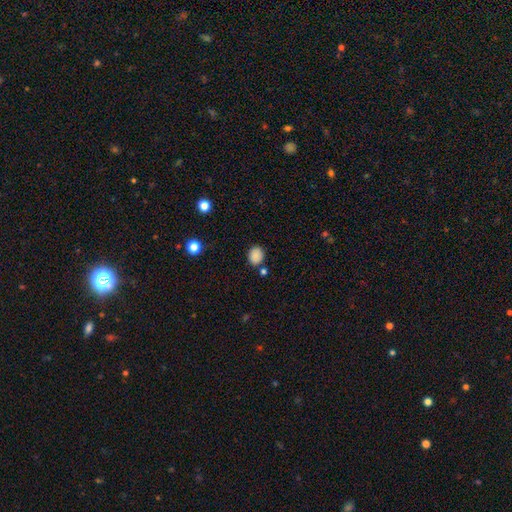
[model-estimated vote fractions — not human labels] Morphology: type=smooth (86%); roundness=round (59%); merging=none (78%).